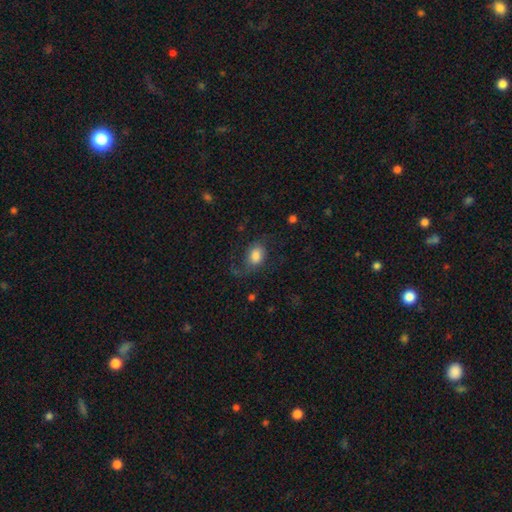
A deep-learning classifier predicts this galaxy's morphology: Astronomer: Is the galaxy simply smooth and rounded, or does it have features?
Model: smooth — 68%.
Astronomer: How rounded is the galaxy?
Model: in between — 71%.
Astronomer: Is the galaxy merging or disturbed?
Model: none — 55%.